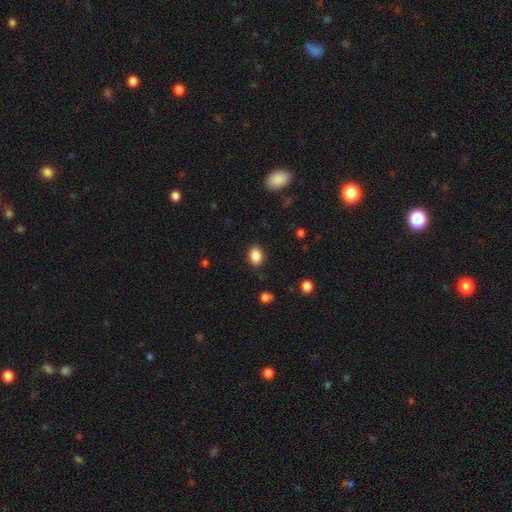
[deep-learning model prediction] Morphology: type=smooth (88%); roundness=in between (75%); merging=none (88%).